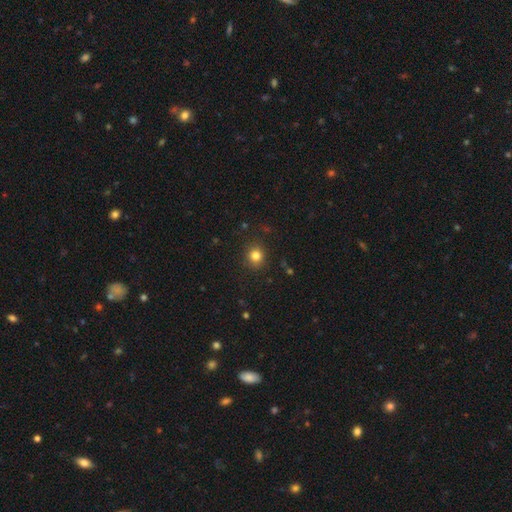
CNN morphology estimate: Q: Smooth or featured?
A: smooth (82%); runner-up: star or artifact (12%)
Q: How rounded?
A: round (85%); runner-up: in between (14%)
Q: Merging?
A: none (89%); runner-up: minor disturbance (8%)